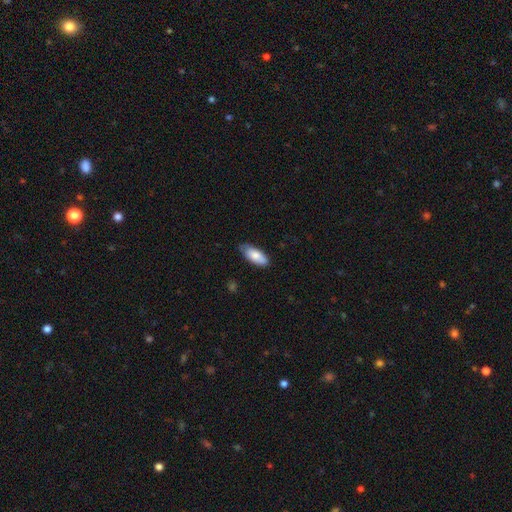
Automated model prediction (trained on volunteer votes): Smooth or featured? smooth (80%)
How rounded? in between (83%)
Merging? none (74%)